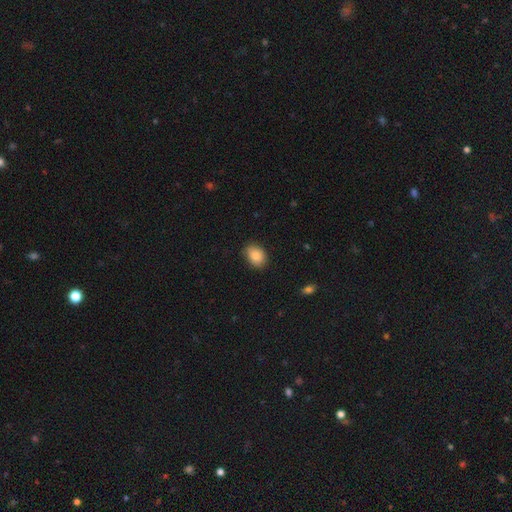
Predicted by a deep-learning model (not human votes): A smooth galaxy with no disk features (87%) that is in between round and cigar-shaped (73%).

Vote fractions:
- Smooth or featured? smooth: 87% / star or artifact: 7% / featured or disk: 6%
- How rounded? in between: 73% / round: 26% / cigar-shaped: 1%
- Merging? none: 84% / minor disturbance: 12% / major disturbance: 2% / merger: 1%